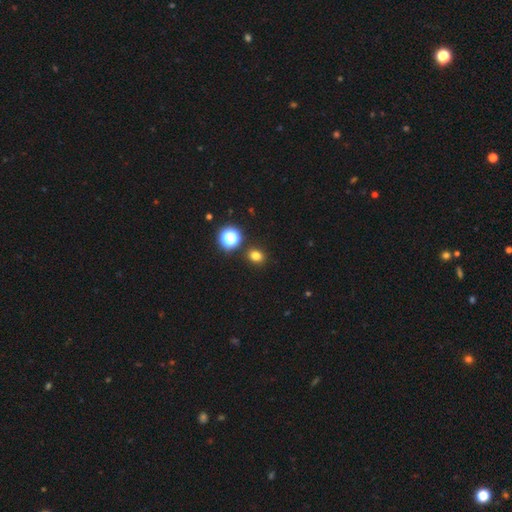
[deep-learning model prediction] smooth_or_featured: smooth (p=0.77) [alt: star or artifact p=0.18]
how_rounded: round (p=0.65) [alt: in between p=0.34]
merging: none (p=0.87) [alt: minor disturbance p=0.07]